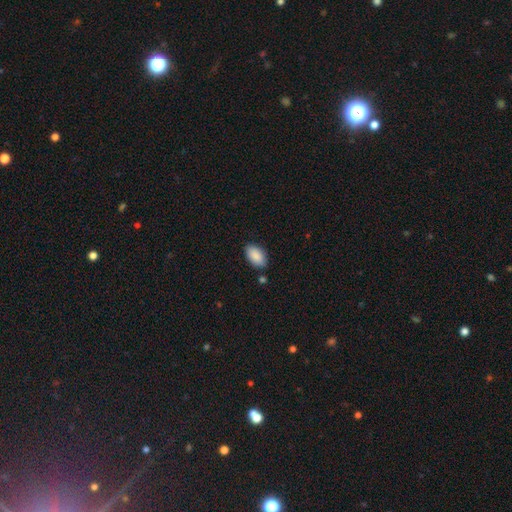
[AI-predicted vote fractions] A smooth galaxy with no disk features (89%) that is in between round and cigar-shaped (94%).

Vote fractions:
- Smooth or featured? smooth: 89% / star or artifact: 6% / featured or disk: 4%
- How rounded? in between: 94% / round: 4% / cigar-shaped: 2%
- Merging? none: 82% / minor disturbance: 13% / merger: 3% / major disturbance: 3%